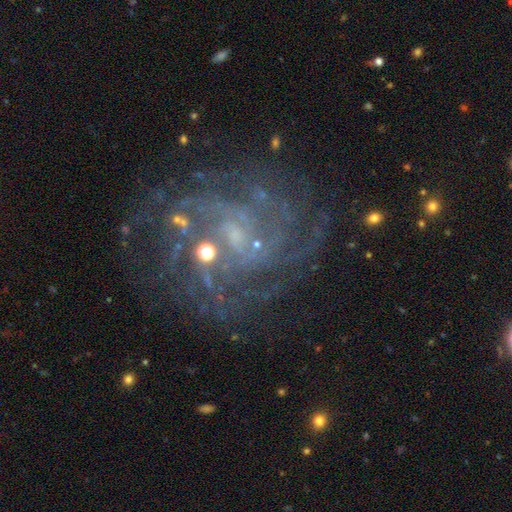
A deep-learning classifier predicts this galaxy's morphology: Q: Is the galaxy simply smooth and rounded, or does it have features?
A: featured or disk — 85%.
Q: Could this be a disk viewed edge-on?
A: no — 98%.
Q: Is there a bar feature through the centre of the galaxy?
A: no — 48%.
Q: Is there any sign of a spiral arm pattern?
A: yes — 96%.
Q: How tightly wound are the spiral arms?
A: tight — 57%.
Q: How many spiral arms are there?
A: can't tell — 25%.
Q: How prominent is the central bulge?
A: small — 60%.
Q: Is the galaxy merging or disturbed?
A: none — 71%.